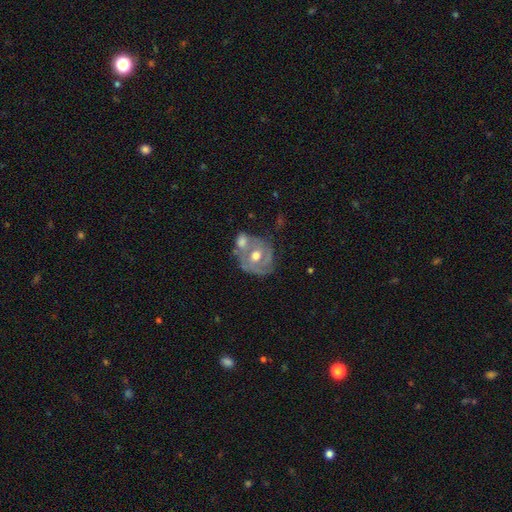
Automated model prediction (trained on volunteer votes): Smooth or featured: featured or disk — 67% (smooth — 26%)
Edge-on disk: no — 96% (yes — 4%)
Bar: no — 74% (weak — 21%)
Spiral arms: yes — 61% (no — 39%)
Bulge size: moderate — 79% (small — 10%)
Merging: merger — 41% (none — 34%)